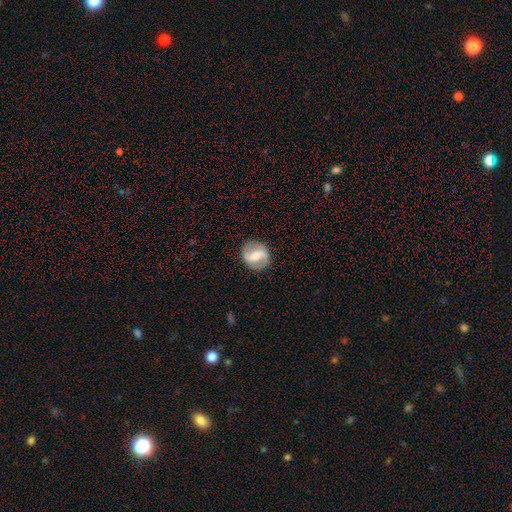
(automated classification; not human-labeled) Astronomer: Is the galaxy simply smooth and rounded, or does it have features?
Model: featured or disk — 73%.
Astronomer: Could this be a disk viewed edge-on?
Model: no — 97%.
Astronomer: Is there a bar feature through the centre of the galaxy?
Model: weak — 43% (runner-up: strong, 40%).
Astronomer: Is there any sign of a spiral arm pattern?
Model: yes — 88%.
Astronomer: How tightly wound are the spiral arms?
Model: loose — 48% (runner-up: medium, 37%).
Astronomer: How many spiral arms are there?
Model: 2 — 90%.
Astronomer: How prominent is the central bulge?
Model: moderate — 53% (runner-up: small, 34%).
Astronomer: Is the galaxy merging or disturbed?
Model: none — 85%.